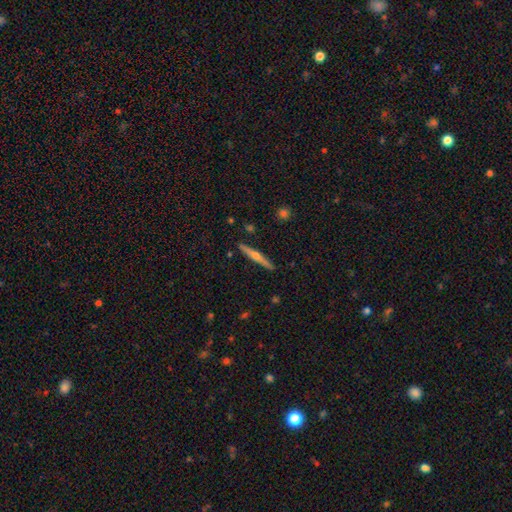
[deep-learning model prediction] smooth-or-featured: featured or disk: 62% | smooth: 32% | star or artifact: 6%
  disk-edge-on: yes: 98% | no: 2%
    edge-on-bulge: rounded: 88% | none: 8% | boxy: 4%
  merging: none: 91% | minor disturbance: 6% | merger: 1% | major disturbance: 1%